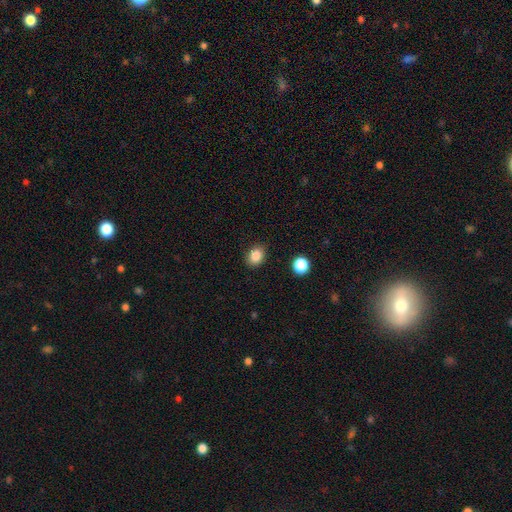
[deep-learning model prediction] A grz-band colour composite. It shows a smooth galaxy with no disk features (86%) that is in between round and cigar-shaped (57%). Merging: none (85%).